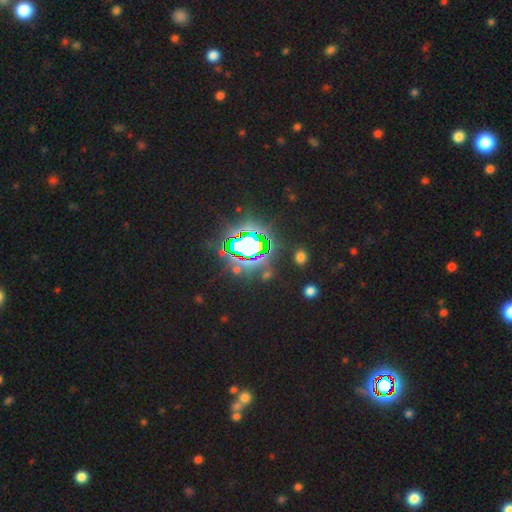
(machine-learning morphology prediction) smooth_or_featured: star or artifact (p=0.85) [alt: smooth p=0.09]